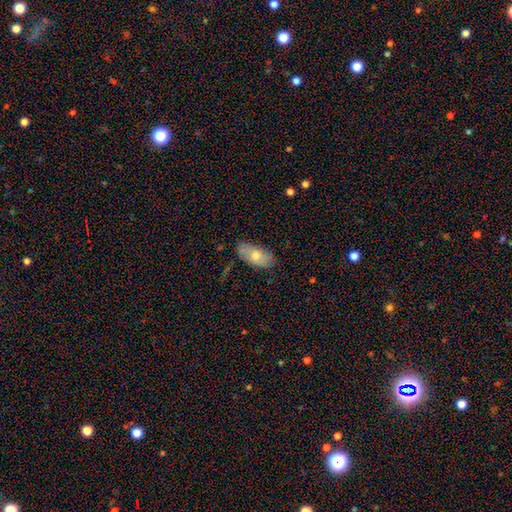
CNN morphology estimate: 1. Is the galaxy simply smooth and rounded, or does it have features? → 68% smooth, 25% featured or disk, 7% star or artifact.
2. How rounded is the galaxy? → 90% in between, 7% cigar-shaped, 3% round.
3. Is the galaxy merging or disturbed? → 80% none, 16% minor disturbance, 3% major disturbance, 2% merger.